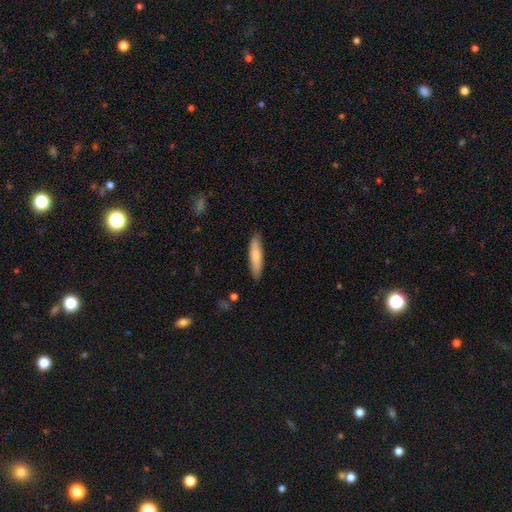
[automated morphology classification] Smooth or featured? Predicted: smooth (p=0.73). How rounded? Predicted: cigar-shaped (p=0.81). Merging? Predicted: none (p=0.86).